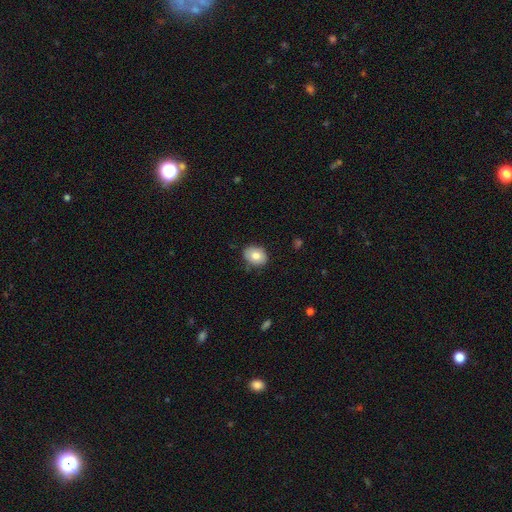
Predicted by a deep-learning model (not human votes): Smooth or featured? Predicted: smooth (p=0.79). How rounded? Predicted: in between (p=0.52). Merging? Predicted: none (p=0.80).